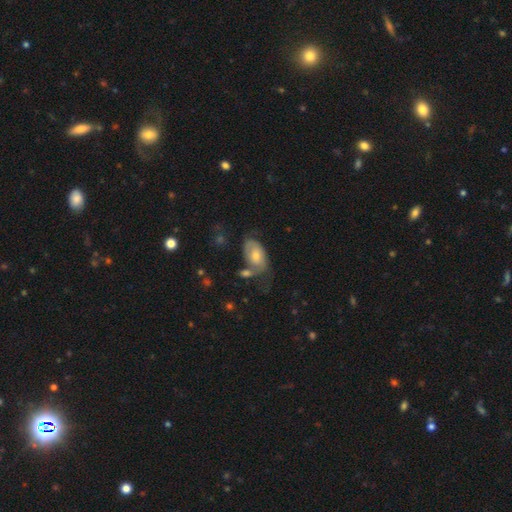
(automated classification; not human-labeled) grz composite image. It shows a smooth galaxy with no disk features (53%) that is in between round and cigar-shaped (91%). Merging: none (36%).